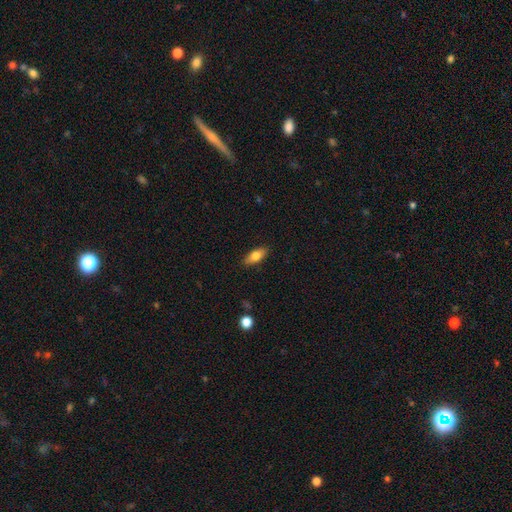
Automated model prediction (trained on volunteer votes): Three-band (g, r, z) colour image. It shows a smooth galaxy with no disk features (73%) that is in between round and cigar-shaped (77%). Merging: none (87%).